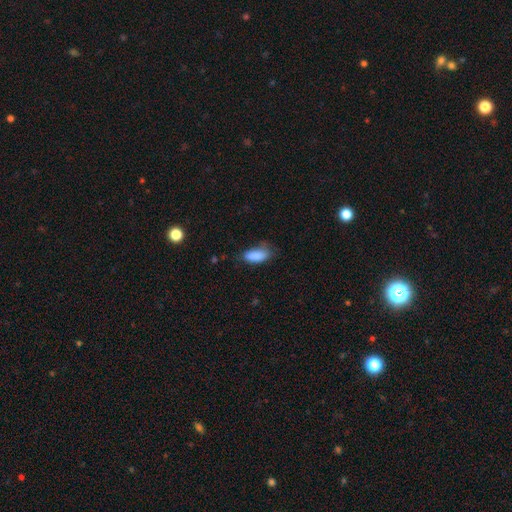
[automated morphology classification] This appears to be a smooth galaxy with no disk features (87%) that is in between round and cigar-shaped (84%). Merging: none (57%).